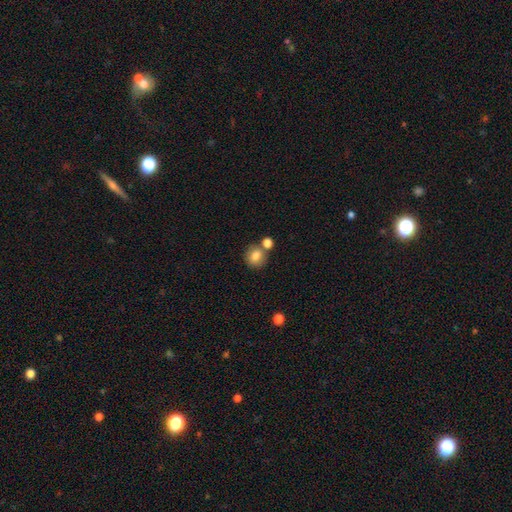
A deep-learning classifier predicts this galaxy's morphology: A smooth galaxy with no disk features (82%) that is round (82%).

Vote fractions:
- Smooth or featured? smooth: 82% / star or artifact: 10% / featured or disk: 8%
- How rounded? round: 82% / in between: 17% / cigar-shaped: 1%
- Merging? none: 67% / merger: 20% / minor disturbance: 10% / major disturbance: 3%